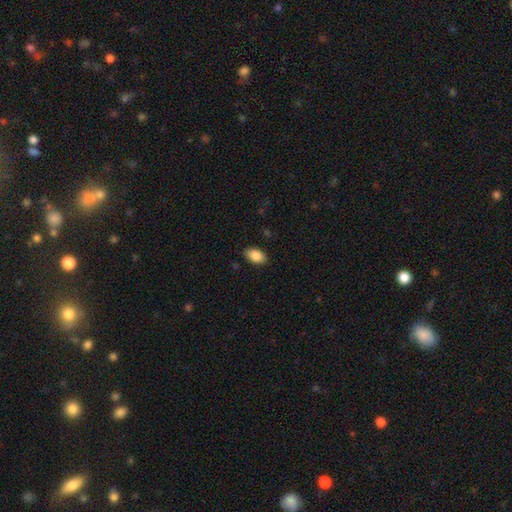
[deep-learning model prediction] Overall: smooth (88%). How rounded: in between (92%). Merging: none (87%).